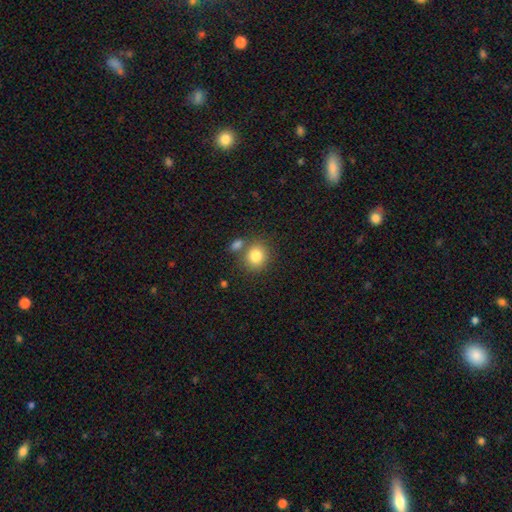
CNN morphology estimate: Overall: smooth (82%). How rounded: round (78%). Merging: none (68%).